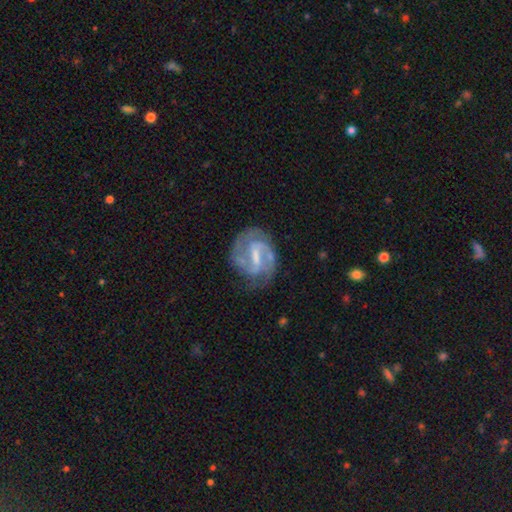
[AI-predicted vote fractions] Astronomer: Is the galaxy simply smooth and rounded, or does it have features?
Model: featured or disk — 84%.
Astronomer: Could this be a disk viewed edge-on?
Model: no — 97%.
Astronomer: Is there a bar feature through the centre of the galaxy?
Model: weak — 48% (runner-up: strong, 42%).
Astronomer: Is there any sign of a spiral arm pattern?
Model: yes — 92%.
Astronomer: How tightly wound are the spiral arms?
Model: medium — 49% (runner-up: tight, 36%).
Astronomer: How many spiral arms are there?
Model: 2 — 70%.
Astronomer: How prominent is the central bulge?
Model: small — 42% (runner-up: moderate, 30%).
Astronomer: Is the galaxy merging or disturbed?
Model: none — 66%.